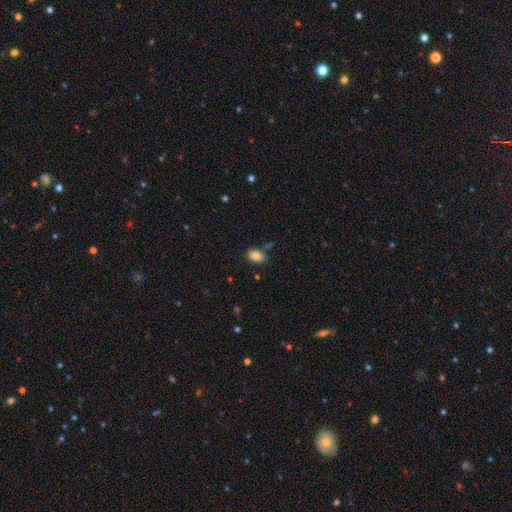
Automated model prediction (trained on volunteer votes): Smooth or featured? Predicted: smooth (p=0.85). How rounded? Predicted: in between (p=0.85). Merging? Predicted: none (p=0.75).